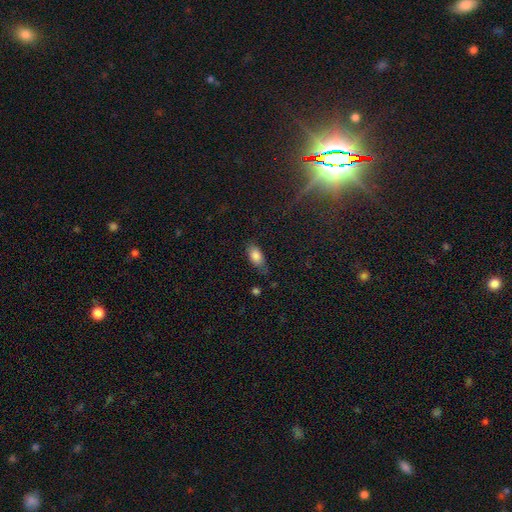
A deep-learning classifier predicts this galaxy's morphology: smooth_or_featured: smooth (p=0.83) [alt: featured or disk p=0.09]
how_rounded: in between (p=0.89) [alt: cigar-shaped p=0.07]
merging: none (p=0.70) [alt: minor disturbance p=0.23]